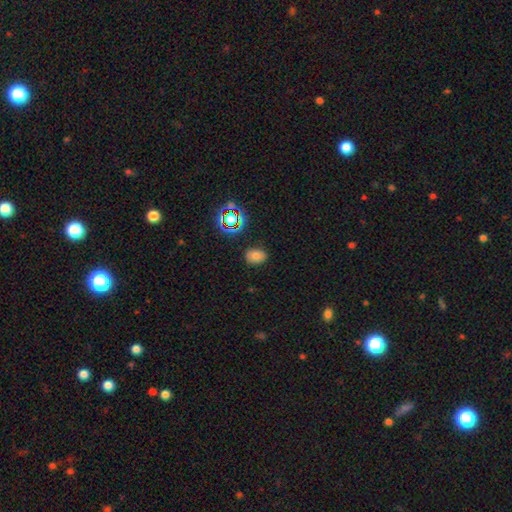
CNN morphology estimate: A smooth galaxy with no disk features (69%) that is in between round and cigar-shaped (65%).

Vote fractions:
- Smooth or featured? smooth: 69% / star or artifact: 20% / featured or disk: 10%
- How rounded? in between: 65% / round: 34% / cigar-shaped: 1%
- Merging? none: 84% / minor disturbance: 12% / major disturbance: 3% / merger: 2%